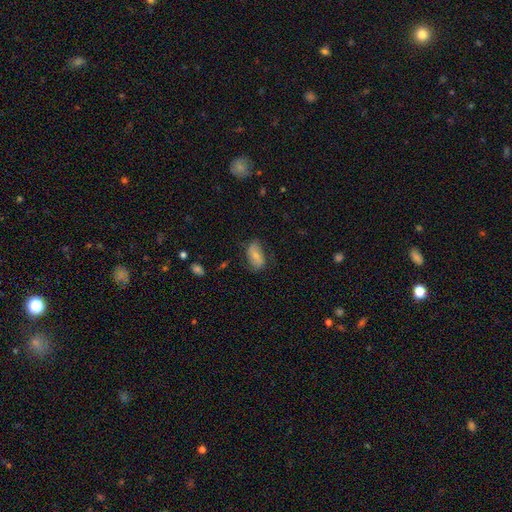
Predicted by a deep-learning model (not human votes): Smooth or featured? smooth (59%)
How rounded? in between (91%)
Merging? none (68%)